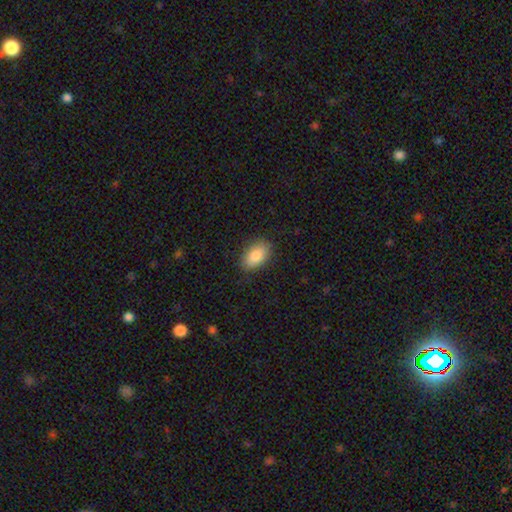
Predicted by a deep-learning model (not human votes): Smooth or featured? Predicted: smooth (p=0.87). How rounded? Predicted: in between (p=0.92). Merging? Predicted: none (p=0.86).